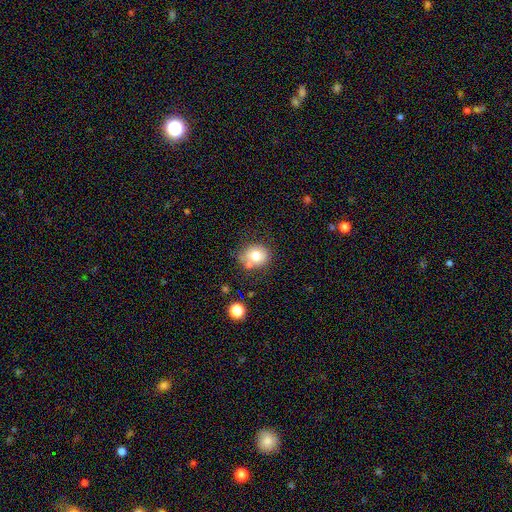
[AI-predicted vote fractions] This is likely a smooth galaxy (74%). How rounded: likely round (73%). Merging: likely none (60%).